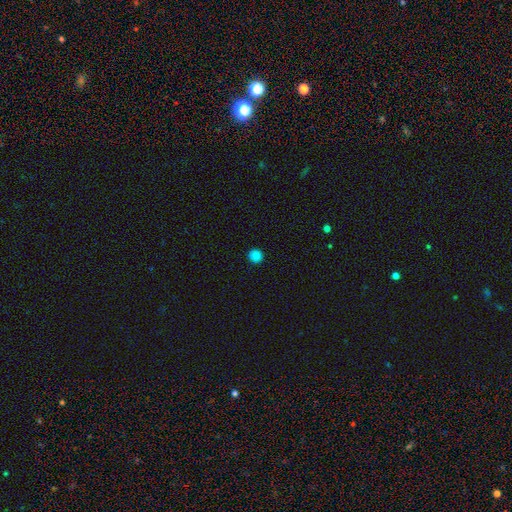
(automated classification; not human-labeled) Smooth or featured?
  - smooth: 85% *
  - star or artifact: 13%
  - featured or disk: 2%
How rounded?
  - round: 94% *
  - in between: 5%
  - cigar-shaped: 1%
Merging?
  - none: 92% *
  - minor disturbance: 5%
  - major disturbance: 2%
  - merger: 1%